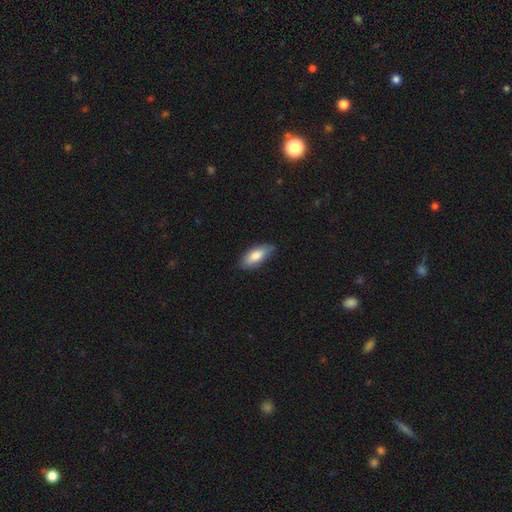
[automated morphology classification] The model was most divided on "merging": none: 79%, minor disturbance: 18%, major disturbance: 3%, merger: 1%. More confident: how rounded — in between (83%); smooth or featured — smooth (82%).